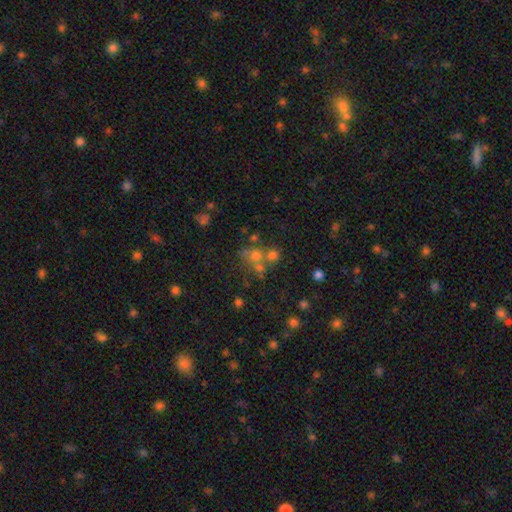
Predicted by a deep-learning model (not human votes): Q: Smooth or featured?
A: smooth (59%); runner-up: star or artifact (23%)
Q: How rounded?
A: round (79%); runner-up: in between (20%)
Q: Merging?
A: none (43%); runner-up: merger (42%)